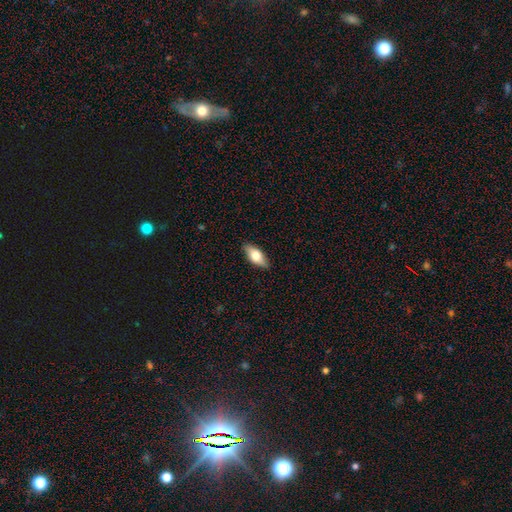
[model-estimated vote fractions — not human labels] Morphology: type=smooth (68%); roundness=in between (83%); merging=none (87%).